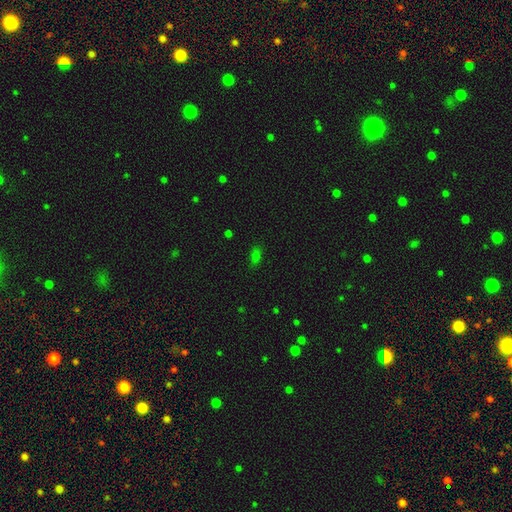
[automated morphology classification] Q: Smooth or featured?
A: smooth (69%); runner-up: star or artifact (23%)
Q: How rounded?
A: in between (80%); runner-up: cigar-shaped (10%)
Q: Merging?
A: none (79%); runner-up: minor disturbance (15%)